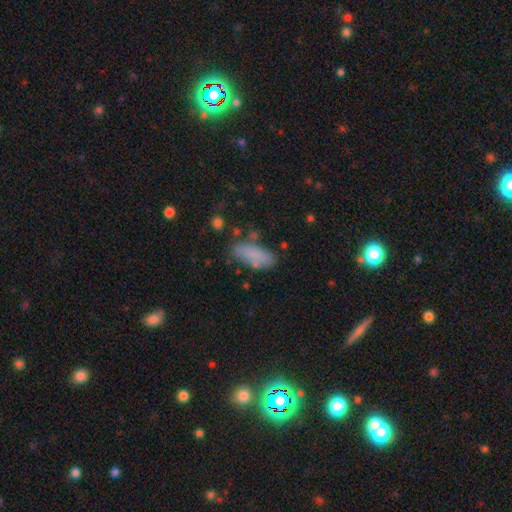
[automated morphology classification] Q: Smooth or featured?
A: smooth (81%); runner-up: featured or disk (11%)
Q: How rounded?
A: in between (80%); runner-up: cigar-shaped (18%)
Q: Merging?
A: none (65%); runner-up: minor disturbance (21%)